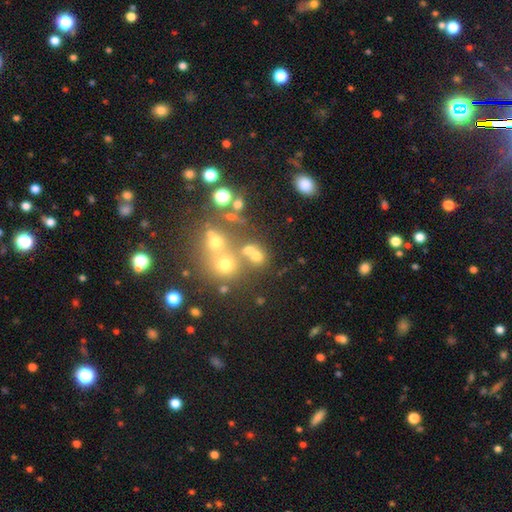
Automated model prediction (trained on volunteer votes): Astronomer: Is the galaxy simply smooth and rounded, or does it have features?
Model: smooth — 65%.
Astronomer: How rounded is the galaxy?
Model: round — 75%.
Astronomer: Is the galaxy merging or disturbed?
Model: none — 53% (runner-up: merger, 32%).